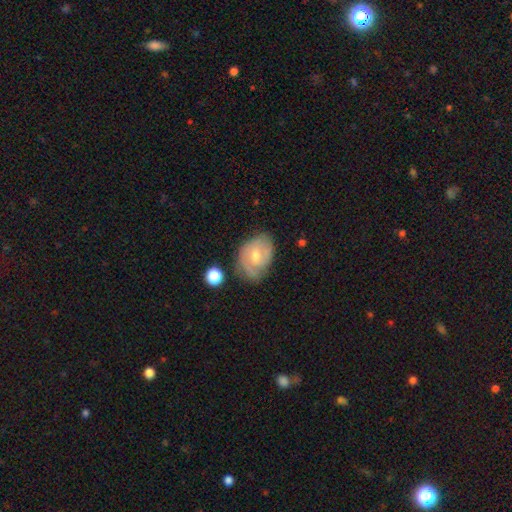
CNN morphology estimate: Q: Smooth or featured?
A: featured or disk (63%); runner-up: smooth (30%)
Q: Edge-on disk?
A: no (96%); runner-up: yes (4%)
Q: Bar?
A: no (62%); runner-up: weak (33%)
Q: Spiral arms?
A: yes (84%); runner-up: no (16%)
Q: Spiral winding?
A: tight (53%); runner-up: medium (35%)
Q: Spiral arm count?
A: 2 (42%); runner-up: can't tell (32%)
Q: Bulge size?
A: moderate (55%); runner-up: small (41%)
Q: Merging?
A: none (65%); runner-up: minor disturbance (25%)